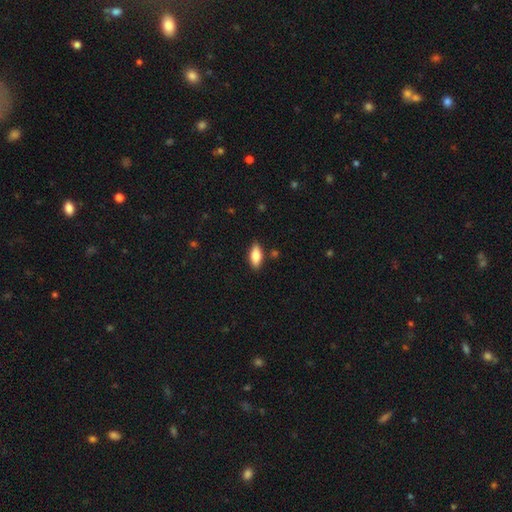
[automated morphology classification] smooth_or_featured: smooth (p=0.80) [alt: featured or disk p=0.14]
how_rounded: in between (p=0.83) [alt: cigar-shaped p=0.14]
merging: none (p=0.85) [alt: minor disturbance p=0.11]